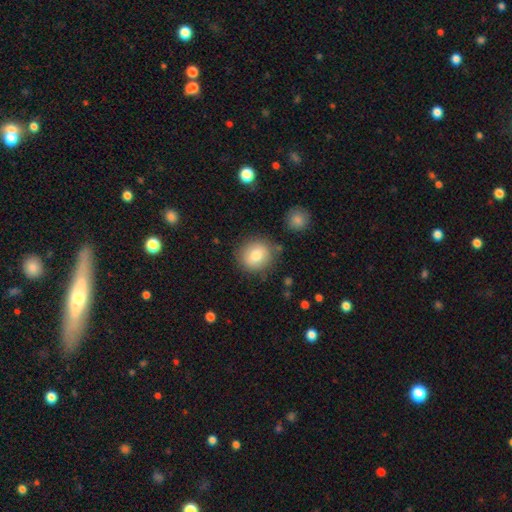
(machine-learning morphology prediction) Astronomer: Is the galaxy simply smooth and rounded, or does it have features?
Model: smooth — 79%.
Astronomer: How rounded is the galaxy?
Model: round — 81%.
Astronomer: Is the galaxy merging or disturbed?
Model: none — 80%.